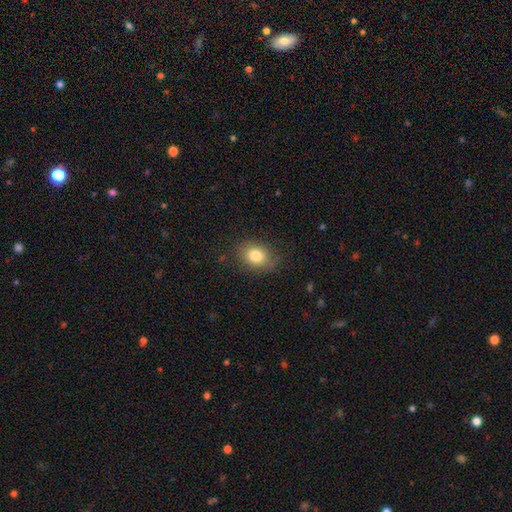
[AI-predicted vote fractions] This is clearly a smooth galaxy (80%). How rounded: likely in between (62%). Merging: clearly none (80%).